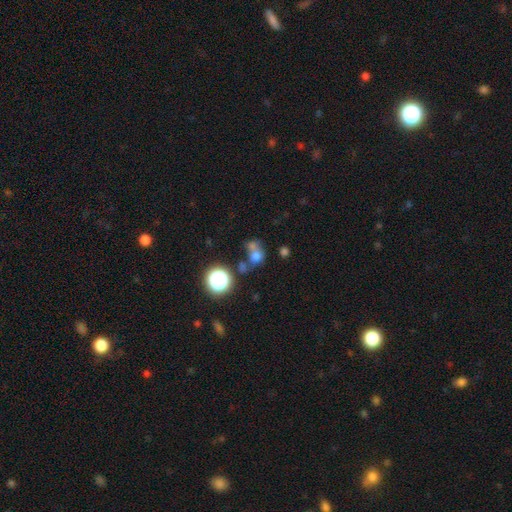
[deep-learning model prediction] smooth-or-featured: smooth: 64% | star or artifact: 21% | featured or disk: 15%
  how-rounded: round: 71% | in between: 27% | cigar-shaped: 1%
  merging: merger: 42% | none: 38% | minor disturbance: 11% | major disturbance: 9%